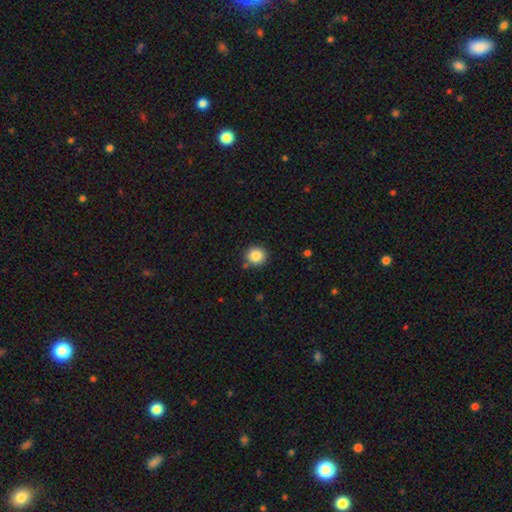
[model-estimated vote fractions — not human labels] smooth-or-featured: smooth: 85% | star or artifact: 10% | featured or disk: 5%
  how-rounded: round: 92% | in between: 7% | cigar-shaped: 1%
  merging: none: 87% | minor disturbance: 8% | merger: 4% | major disturbance: 2%